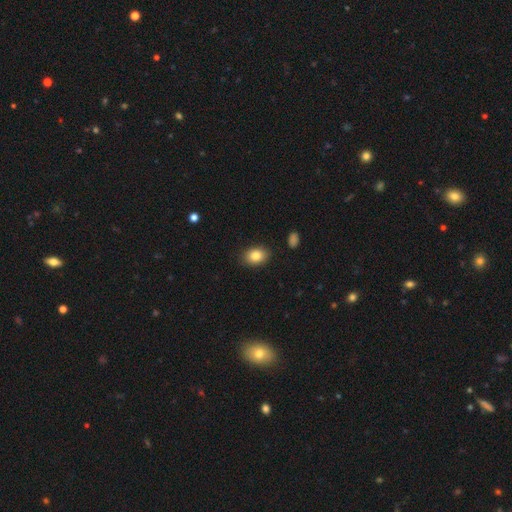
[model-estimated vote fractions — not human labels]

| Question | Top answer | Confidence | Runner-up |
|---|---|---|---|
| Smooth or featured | smooth | 85% | star or artifact (8%) |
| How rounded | in between | 76% | round (23%) |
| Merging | none | 87% | minor disturbance (9%) |